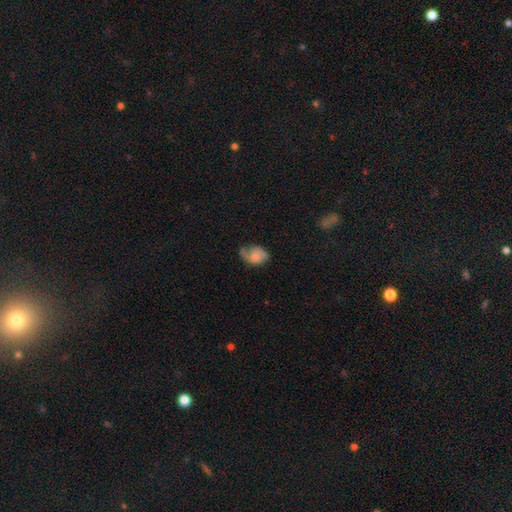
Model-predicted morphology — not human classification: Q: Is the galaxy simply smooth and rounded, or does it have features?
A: smooth — 46%, tied with featured or disk.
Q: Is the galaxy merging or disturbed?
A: none — 45%.